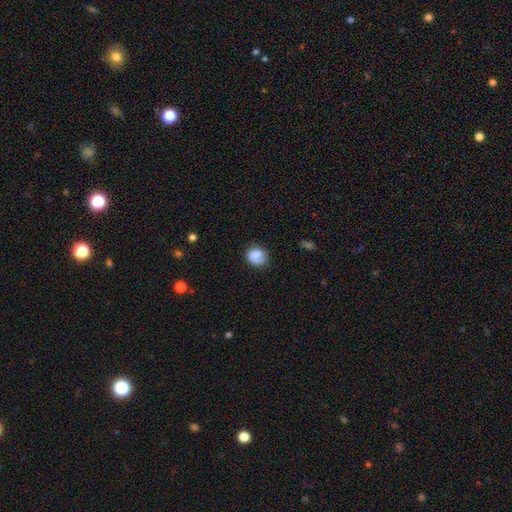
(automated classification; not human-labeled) smooth 84%, featured or disk 9%, star or artifact 8%. Down the decision tree: how rounded — round (73%); merging — none (73%).